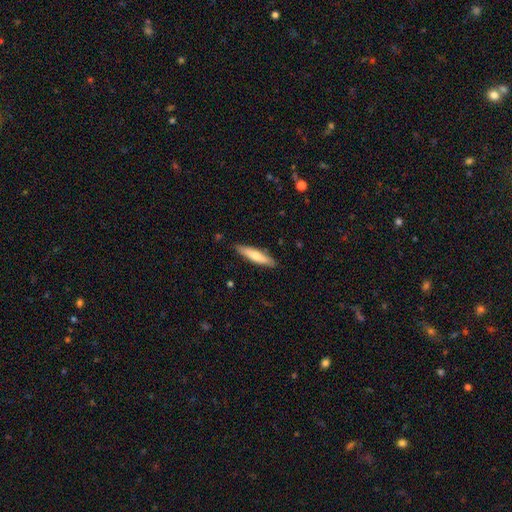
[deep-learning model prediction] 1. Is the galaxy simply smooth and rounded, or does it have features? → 65% smooth, 29% featured or disk, 5% star or artifact.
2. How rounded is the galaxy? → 79% cigar-shaped, 19% in between, 1% round.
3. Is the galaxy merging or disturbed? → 88% none, 9% minor disturbance, 2% major disturbance, 1% merger.